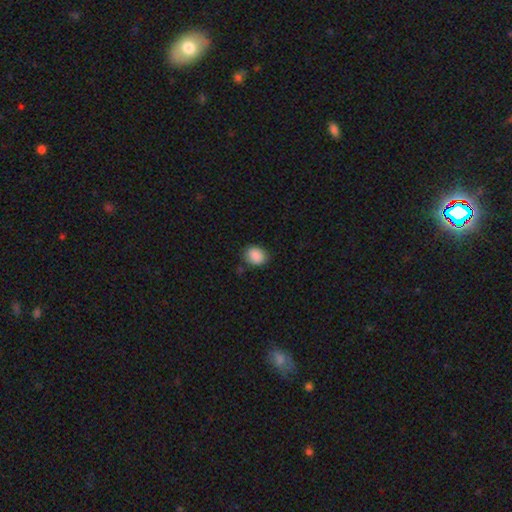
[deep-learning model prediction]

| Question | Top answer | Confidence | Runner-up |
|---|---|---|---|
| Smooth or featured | smooth | 89% | star or artifact (8%) |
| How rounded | round | 51% | in between (48%) |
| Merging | none | 80% | minor disturbance (15%) |